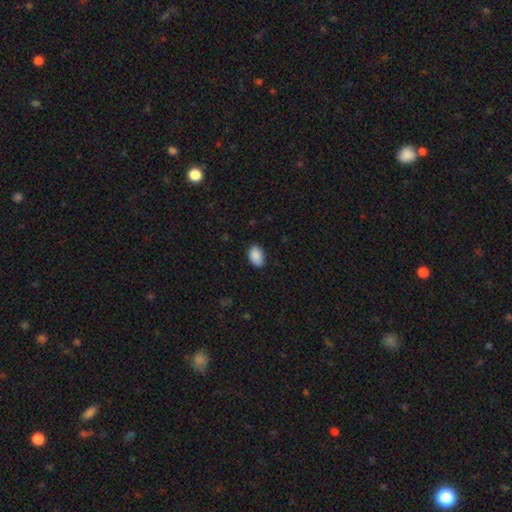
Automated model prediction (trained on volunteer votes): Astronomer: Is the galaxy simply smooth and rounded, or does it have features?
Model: smooth — 89%.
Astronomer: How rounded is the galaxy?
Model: in between — 89%.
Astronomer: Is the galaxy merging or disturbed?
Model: none — 85%.